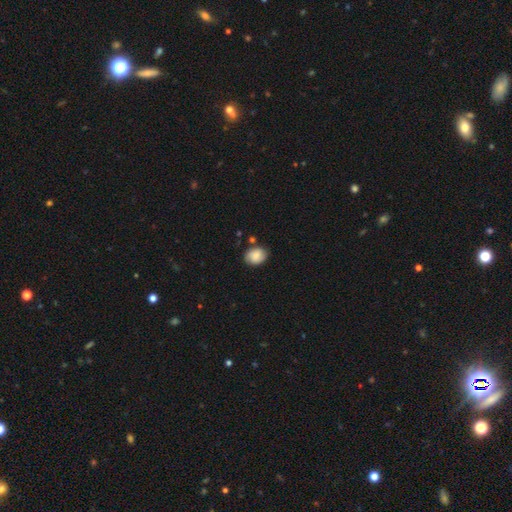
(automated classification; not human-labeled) A smooth galaxy with no disk features (78%) that is in between round and cigar-shaped (53%). Merging: none (75%).